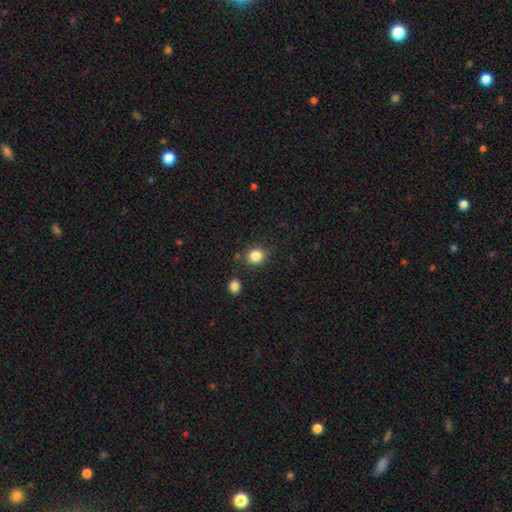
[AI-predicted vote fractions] Smooth or featured? smooth (85%)
How rounded? round (76%)
Merging? none (82%)